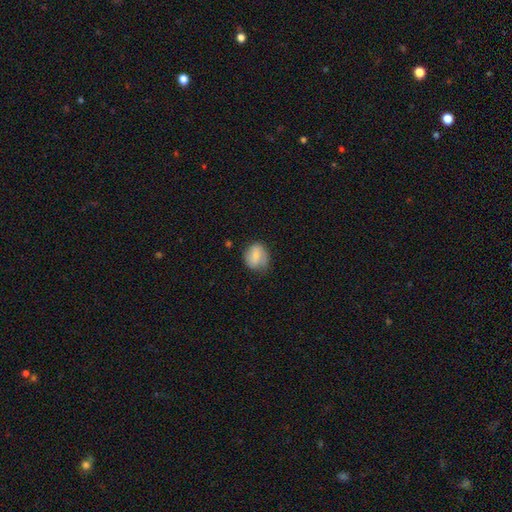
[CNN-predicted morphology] Q: Smooth or featured?
A: smooth (71%); runner-up: featured or disk (22%)
Q: How rounded?
A: round (65%); runner-up: in between (34%)
Q: Merging?
A: none (62%); runner-up: minor disturbance (28%)